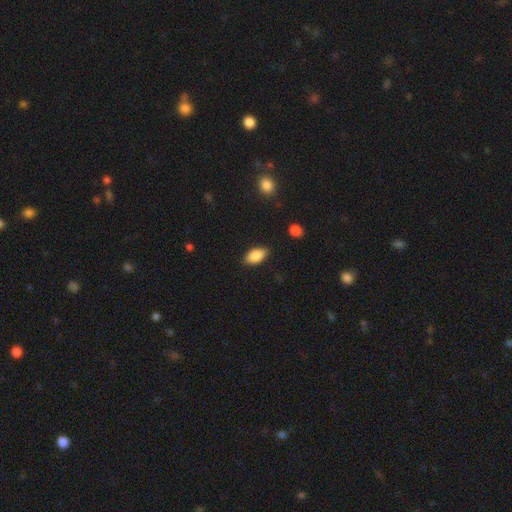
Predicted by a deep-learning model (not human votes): Smooth or featured? smooth (85%)
How rounded? in between (91%)
Merging? none (85%)